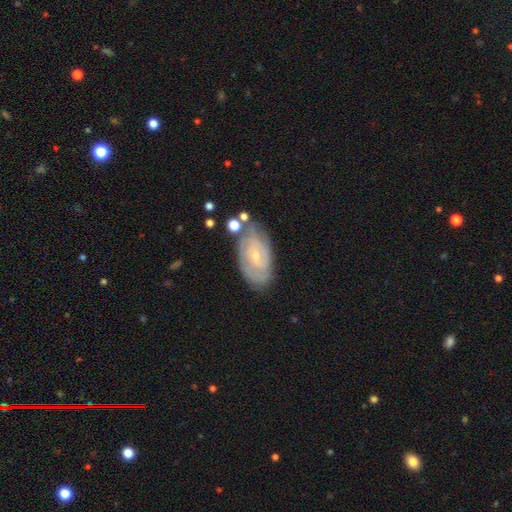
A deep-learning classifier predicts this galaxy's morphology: This is likely a featured or disk galaxy (71%). It is clearly not viewed edge-on (94%). Bar: possibly no (54%). Spiral arm pattern: clearly yes (85%). Spiral arm count: marginally can't tell (43%). Spiral winding: likely tight (67%). Central bulge: likely small (75%). Merging: likely none (61%).